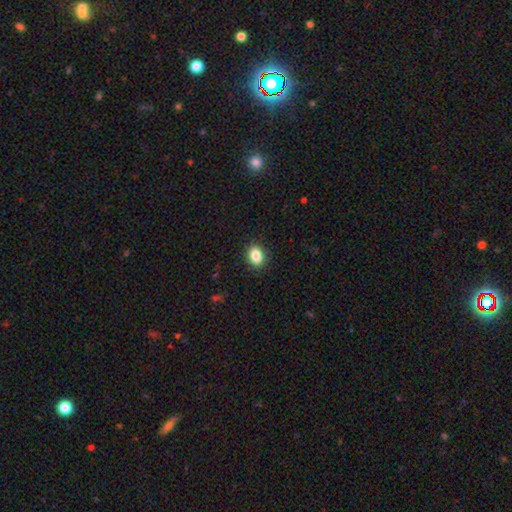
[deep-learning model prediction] The model was most divided on "how rounded": in between: 69%, round: 30%, cigar-shaped: 1%. More confident: merging — none (90%); smooth or featured — smooth (86%).